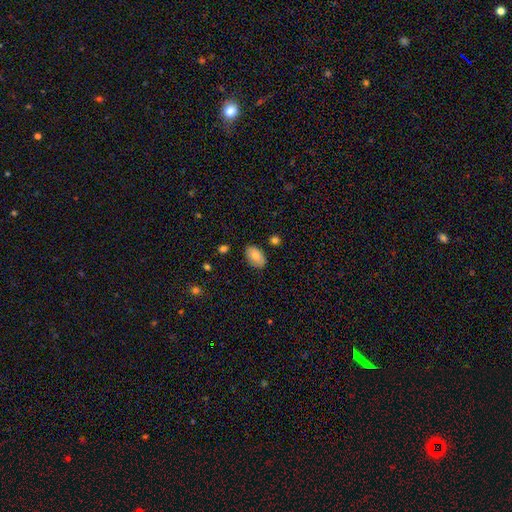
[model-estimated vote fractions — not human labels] Smooth or featured? Predicted: smooth (p=0.80). How rounded? Predicted: in between (p=0.92). Merging? Predicted: none (p=0.81).